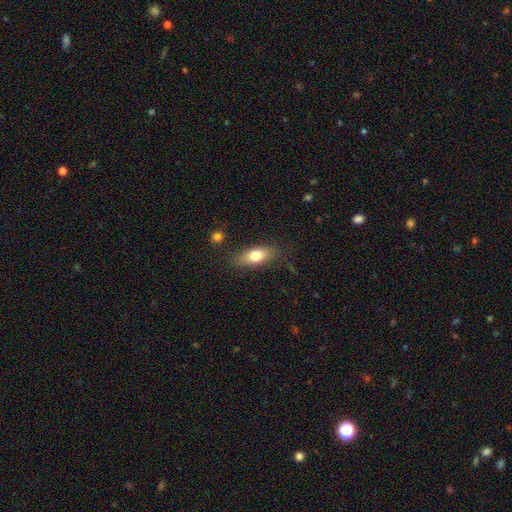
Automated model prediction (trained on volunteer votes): Smooth or featured?
  - smooth: 72% *
  - featured or disk: 21%
  - star or artifact: 7%
How rounded?
  - in between: 74% *
  - cigar-shaped: 20%
  - round: 6%
Merging?
  - none: 79% *
  - minor disturbance: 15%
  - major disturbance: 4%
  - merger: 2%